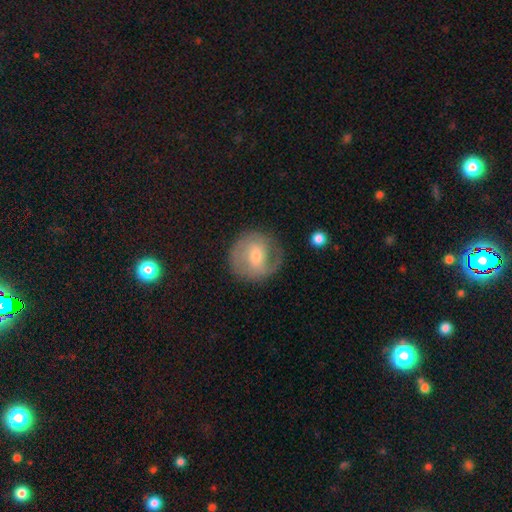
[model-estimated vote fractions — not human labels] A featured or disk galaxy (64%) with a weak bar (51%), 2 (70%) medium (44%) spiral arms (83%) and a moderate central bulge (50%). Merging: none (75%).